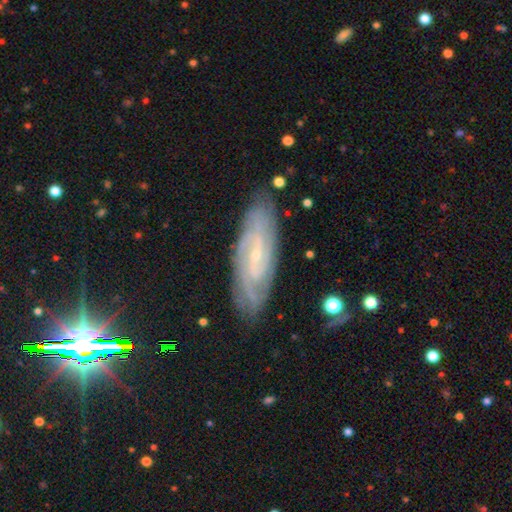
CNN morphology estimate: smooth-or-featured: featured or disk: 81% | smooth: 12% | star or artifact: 8%
  disk-edge-on: no: 87% | yes: 13%
    bar: no: 47% | weak: 39% | strong: 14%
    has-spiral-arms: yes: 95% | no: 5%
      spiral-winding: tight: 63% | medium: 30% | loose: 8%
      spiral-arm-count: can't tell: 35% | 2: 26% | 3: 16% | 4: 12% | more than 4: 6% | 1: 5%
    bulge-size: small: 82% | moderate: 12% | none: 3% | large: 1% | dominant: 1%
  merging: none: 82% | minor disturbance: 14% | major disturbance: 3% | merger: 1%